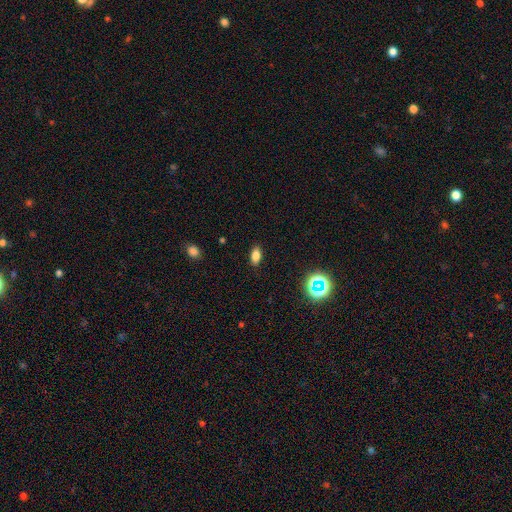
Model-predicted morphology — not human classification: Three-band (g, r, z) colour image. It shows a smooth galaxy with no disk features (79%) that is in between round and cigar-shaped (87%). Merging: none (88%).